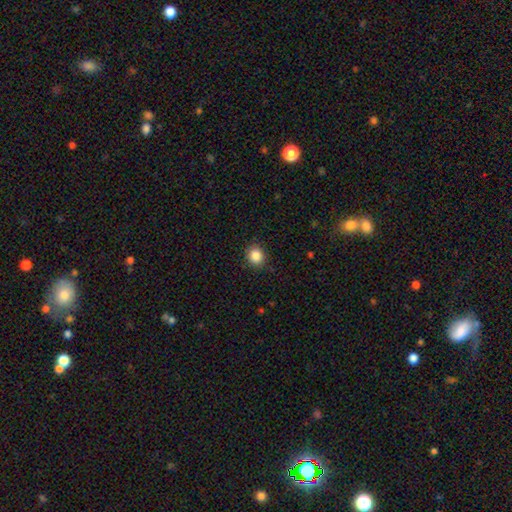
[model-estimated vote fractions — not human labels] Q: Smooth or featured?
A: smooth (87%); runner-up: star or artifact (10%)
Q: How rounded?
A: round (83%); runner-up: in between (16%)
Q: Merging?
A: none (89%); runner-up: minor disturbance (8%)